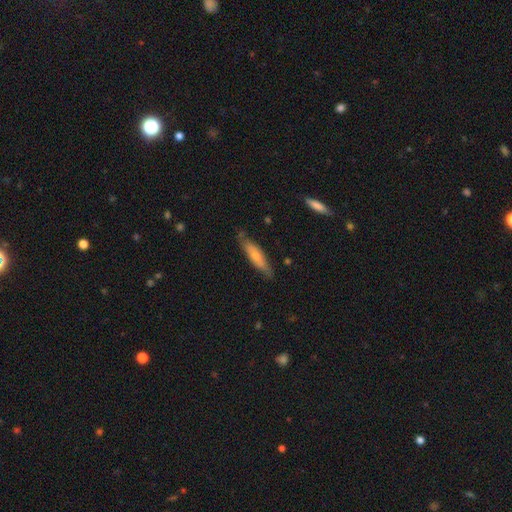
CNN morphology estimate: A smooth galaxy with no disk features (58%) that is cigar-shaped (73%).

Vote fractions:
- Smooth or featured? smooth: 58% / featured or disk: 36% / star or artifact: 6%
- How rounded? cigar-shaped: 73% / in between: 25% / round: 2%
- Merging? none: 74% / minor disturbance: 20% / major disturbance: 4% / merger: 2%